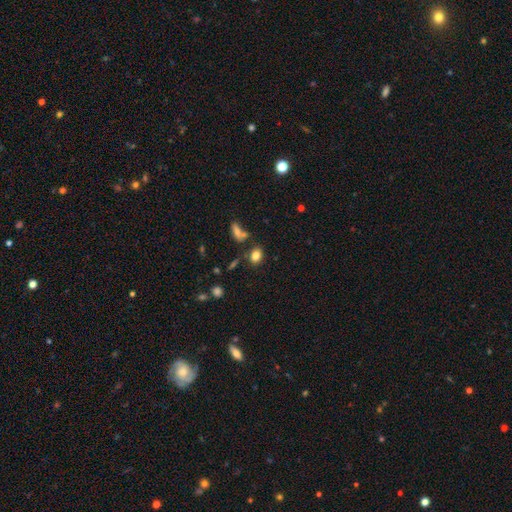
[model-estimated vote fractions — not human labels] smooth 82%, star or artifact 11%, featured or disk 7%. Down the decision tree: how rounded — in between (68%); merging — none (73%).